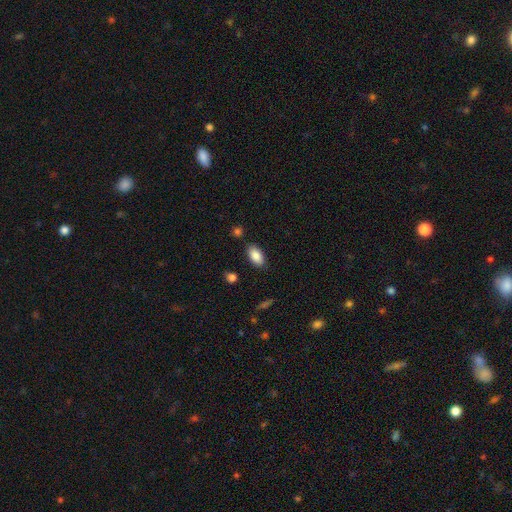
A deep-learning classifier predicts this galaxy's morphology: Overall: smooth (87%). How rounded: in between (93%). Merging: none (84%).